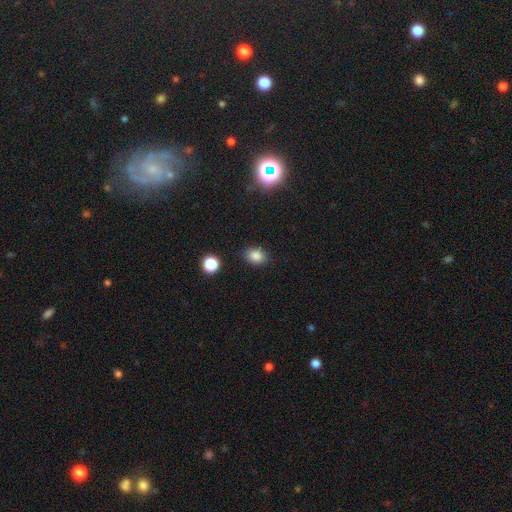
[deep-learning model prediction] smooth 84%, star or artifact 11%, featured or disk 5%. Down the decision tree: how rounded — in between (66%); merging — none (85%).